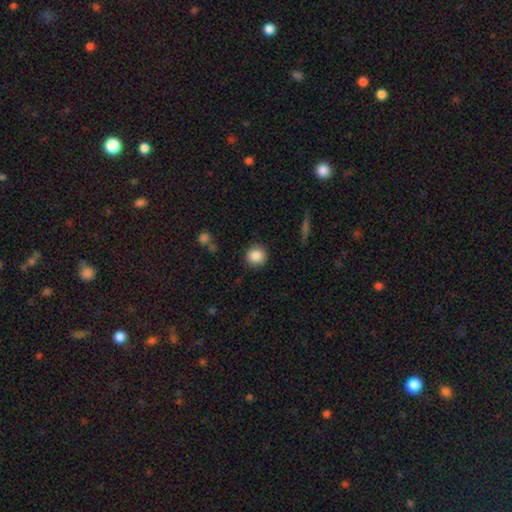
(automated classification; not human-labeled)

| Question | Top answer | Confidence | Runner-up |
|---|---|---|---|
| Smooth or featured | smooth | 87% | star or artifact (8%) |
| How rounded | round | 91% | in between (8%) |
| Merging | none | 88% | minor disturbance (8%) |